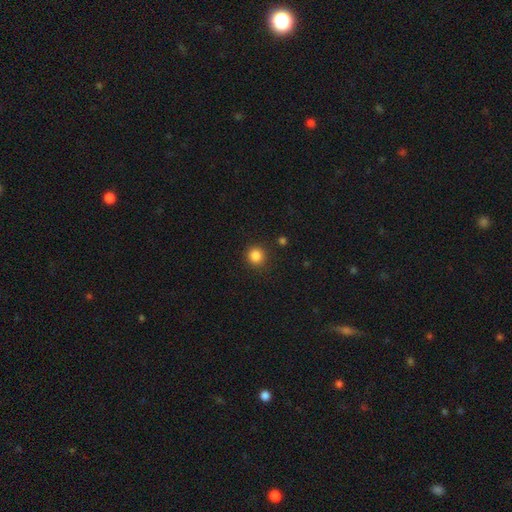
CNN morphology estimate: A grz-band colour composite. It shows a smooth galaxy with no disk features (85%) that is round (94%). Merging: none (90%).